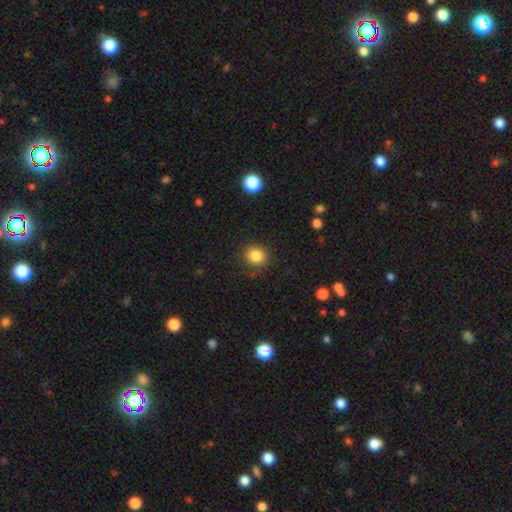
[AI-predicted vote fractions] Smooth or featured? Predicted: smooth (p=0.84). How rounded? Predicted: round (p=0.83). Merging? Predicted: none (p=0.84).